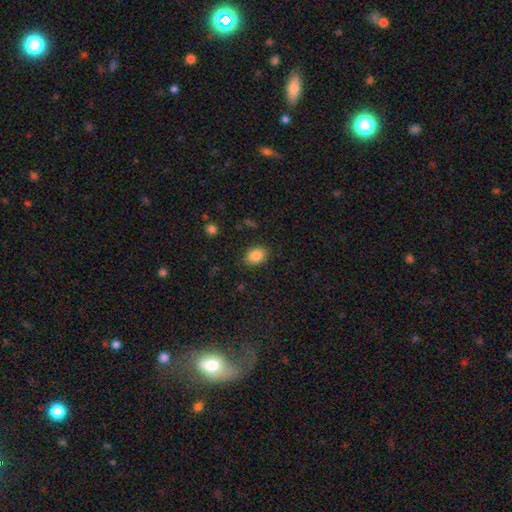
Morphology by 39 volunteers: smooth 85%, featured or disk 8%, star or artifact 8%. Down the decision tree: how rounded — in between (67%); merging — none (92%).